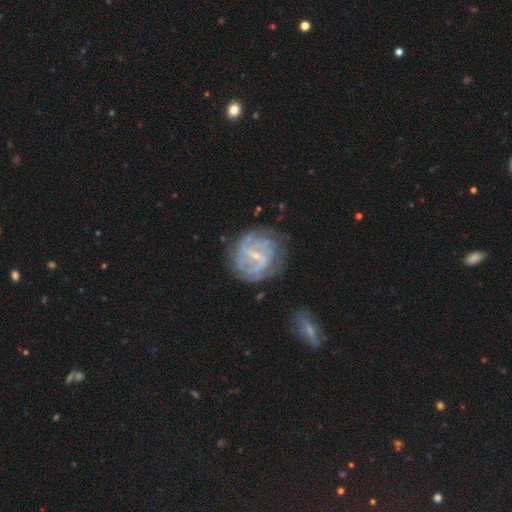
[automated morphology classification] Q: Smooth or featured?
A: featured or disk (79%); runner-up: smooth (14%)
Q: Edge-on disk?
A: no (97%); runner-up: yes (3%)
Q: Bar?
A: weak (50%); runner-up: strong (30%)
Q: Spiral arms?
A: yes (79%); runner-up: no (21%)
Q: Spiral winding?
A: medium (39%); runner-up: tight (38%)
Q: Spiral arm count?
A: can't tell (40%); runner-up: 2 (34%)
Q: Bulge size?
A: small (75%); runner-up: moderate (14%)
Q: Merging?
A: none (64%); runner-up: minor disturbance (20%)